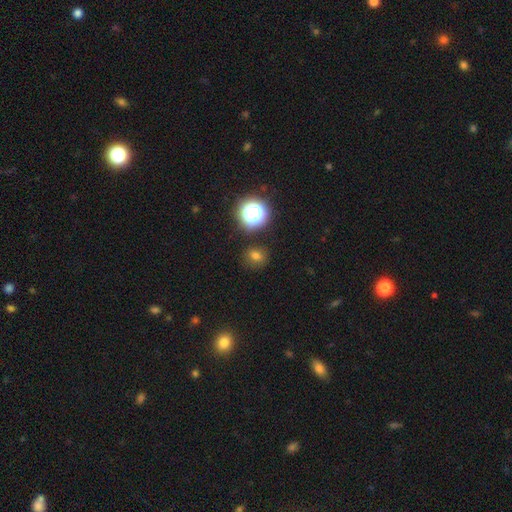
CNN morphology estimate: Overall: smooth (69%). How rounded: round (71%). Merging: none (83%).